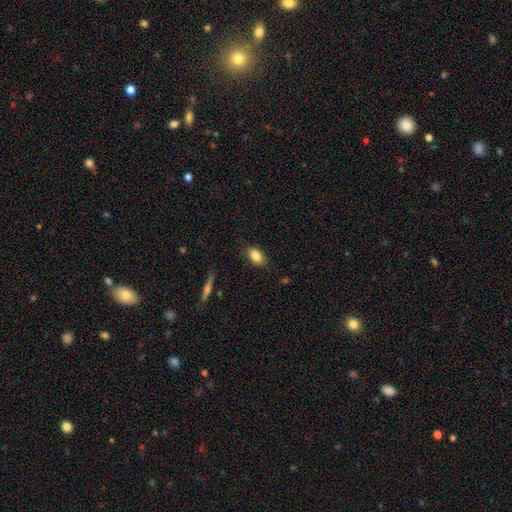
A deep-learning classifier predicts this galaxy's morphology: type=smooth (85%); roundness=in between (91%); merging=none (84%).